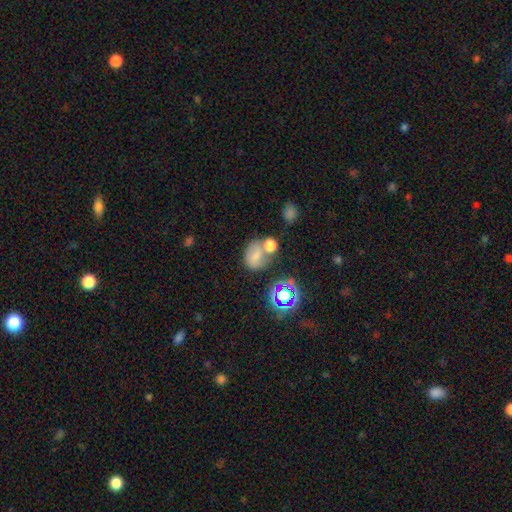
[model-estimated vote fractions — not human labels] Smooth or featured: smooth — 62% (star or artifact — 20%)
How rounded: round — 52% (in between — 47%)
Merging: none — 42% (merger — 32%)